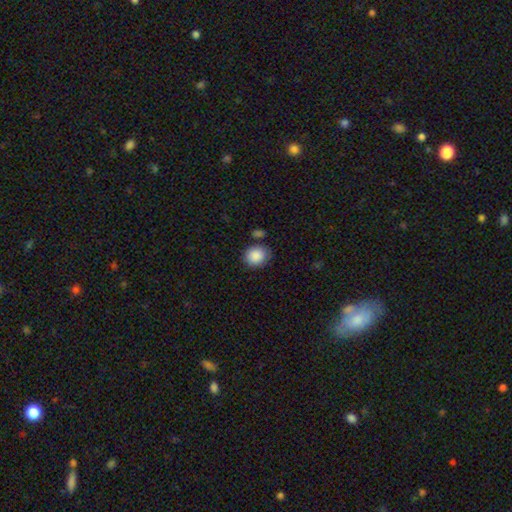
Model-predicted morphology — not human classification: Smooth or featured: smooth — 89% (star or artifact — 8%)
How rounded: round — 75% (in between — 24%)
Merging: none — 78% (minor disturbance — 12%)